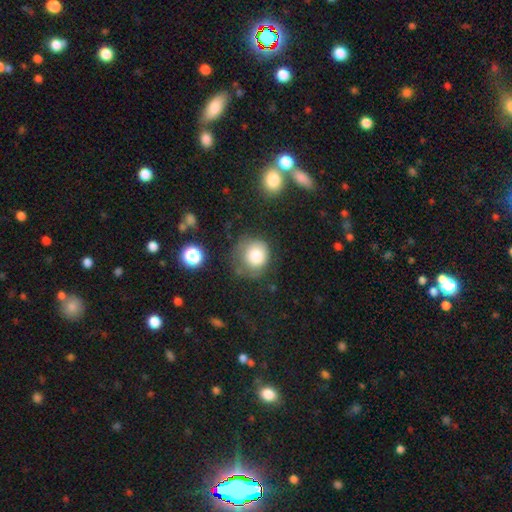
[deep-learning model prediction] smooth-or-featured: smooth: 77% | featured or disk: 13% | star or artifact: 11%
  how-rounded: round: 84% | in between: 15% | cigar-shaped: 1%
  merging: none: 54% | minor disturbance: 27% | major disturbance: 16% | merger: 3%